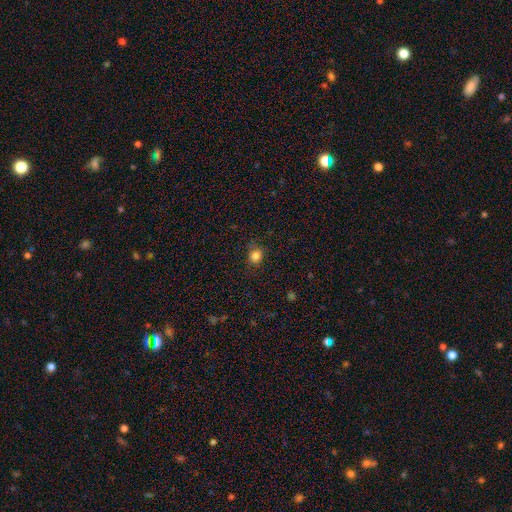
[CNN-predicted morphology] Q: Smooth or featured?
A: smooth (83%); runner-up: star or artifact (12%)
Q: How rounded?
A: round (66%); runner-up: in between (33%)
Q: Merging?
A: none (80%); runner-up: minor disturbance (15%)